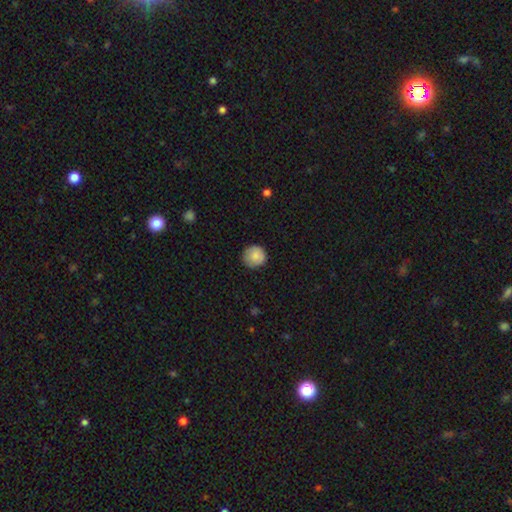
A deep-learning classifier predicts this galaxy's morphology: A smooth galaxy with no disk features (86%) that is round (94%). Merging: none (86%).